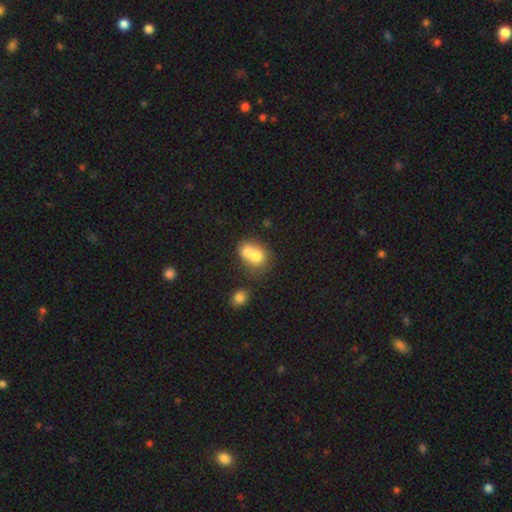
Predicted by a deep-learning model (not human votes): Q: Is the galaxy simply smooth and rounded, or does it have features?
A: smooth — 71%.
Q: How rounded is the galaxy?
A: round — 64%.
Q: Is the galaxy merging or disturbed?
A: merger — 70%.